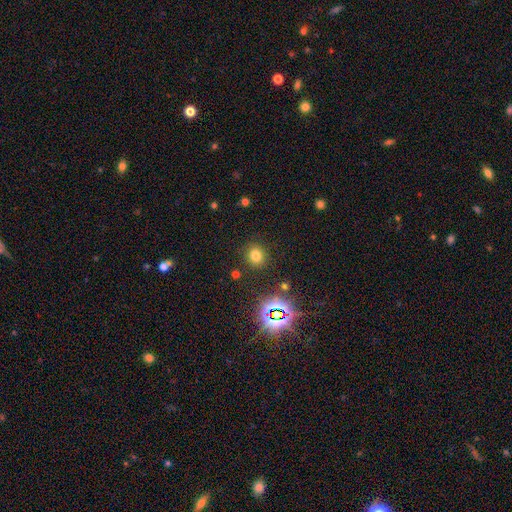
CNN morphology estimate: This appears to be a smooth galaxy with no disk features (70%) that is round (79%). Merging: none (87%).